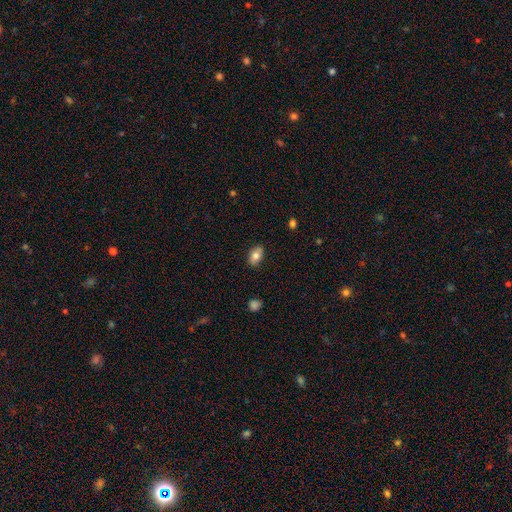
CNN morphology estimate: Smooth or featured? smooth (77%)
How rounded? in between (88%)
Merging? none (85%)